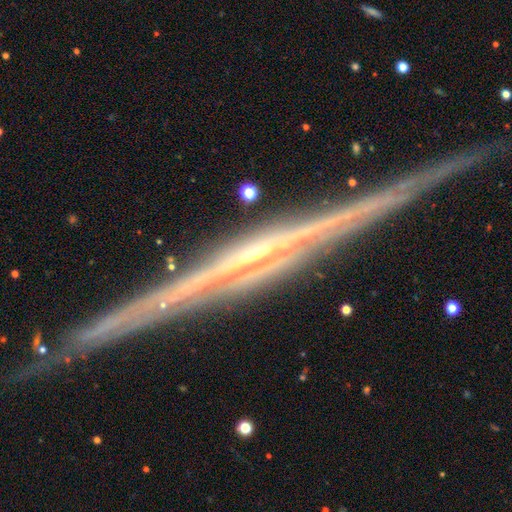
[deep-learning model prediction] Morphology: type=featured or disk (88%); edge-on=yes (97%); edge-on bulge=rounded (47%); merging=none (85%).